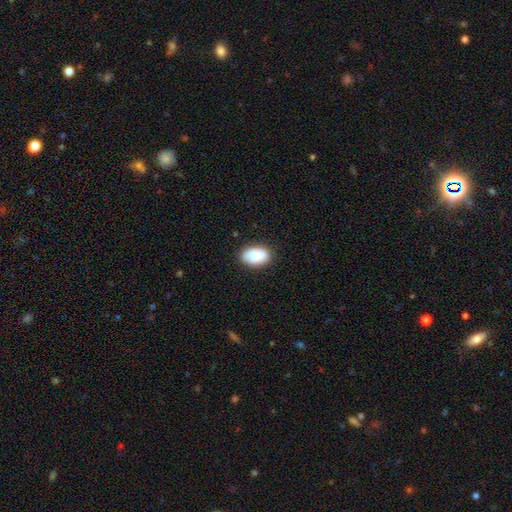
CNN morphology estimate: smooth-or-featured: smooth: 82% | featured or disk: 11% | star or artifact: 7%
  how-rounded: in between: 89% | round: 10% | cigar-shaped: 1%
  merging: none: 79% | minor disturbance: 16% | major disturbance: 3% | merger: 2%